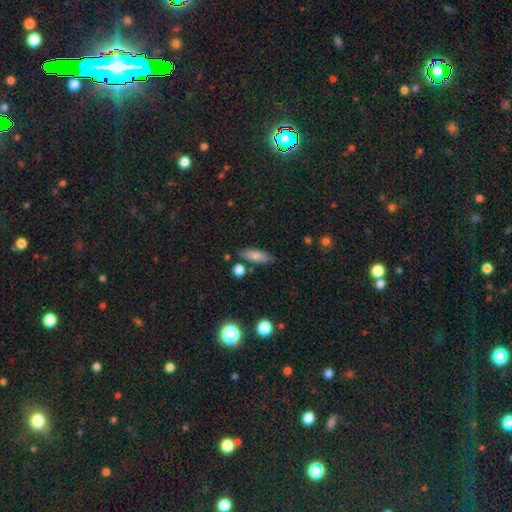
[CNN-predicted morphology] This appears to be a smooth galaxy with no disk features (79%) that is in between round and cigar-shaped (65%). Merging: none (78%).